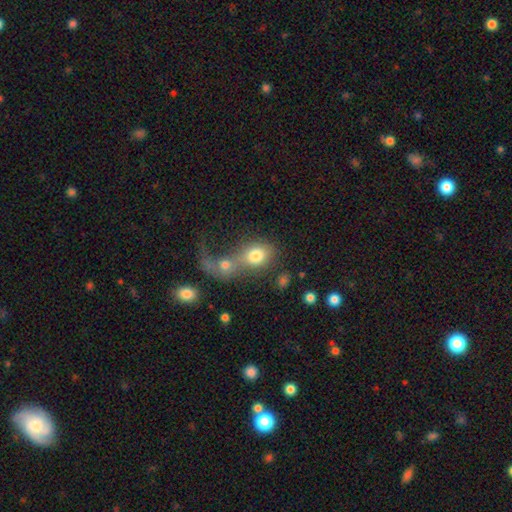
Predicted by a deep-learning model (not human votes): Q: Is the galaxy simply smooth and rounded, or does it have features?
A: smooth — 73%.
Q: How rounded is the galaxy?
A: in between — 51%.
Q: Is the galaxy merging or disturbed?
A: merger — 67%.